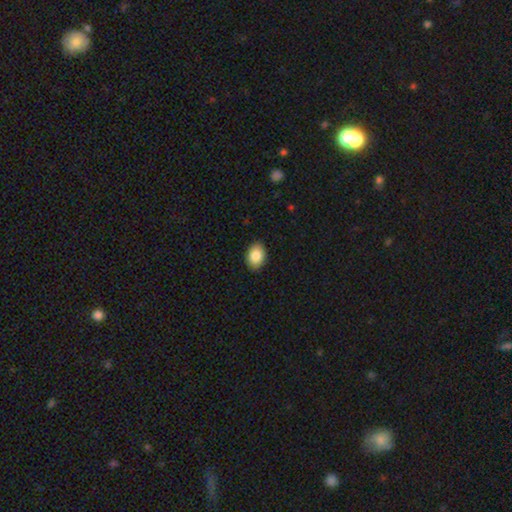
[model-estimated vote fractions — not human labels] smooth_or_featured: smooth (p=0.87) [alt: star or artifact p=0.07]
how_rounded: in between (p=0.80) [alt: round p=0.19]
merging: none (p=0.89) [alt: minor disturbance p=0.08]